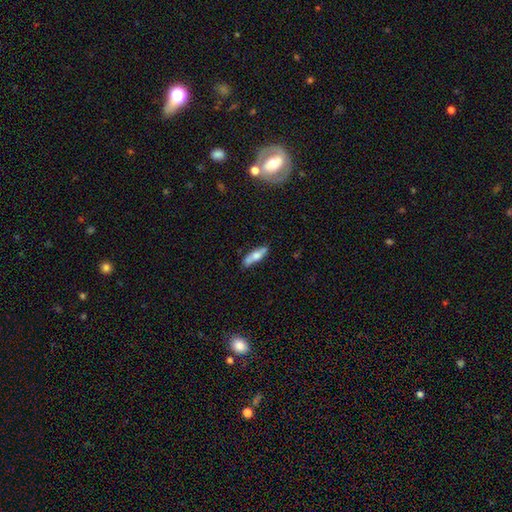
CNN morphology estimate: Smooth or featured?
  - smooth: 62% *
  - featured or disk: 32%
  - star or artifact: 6%
How rounded?
  - cigar-shaped: 54% *
  - in between: 43%
  - round: 2%
Merging?
  - none: 76% *
  - minor disturbance: 16%
  - merger: 4%
  - major disturbance: 3%